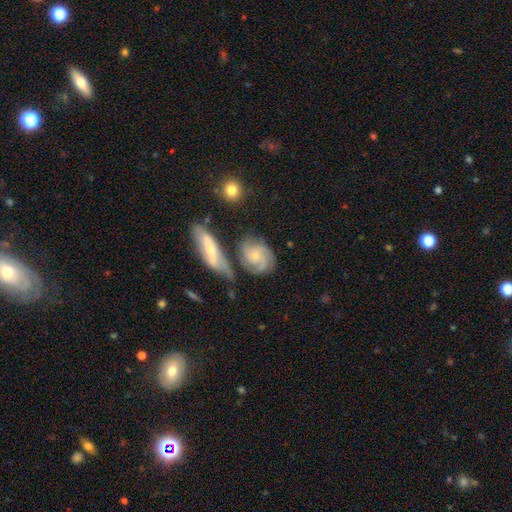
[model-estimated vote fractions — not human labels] A featured or disk galaxy (74%) with no bar (74%), 3 (36%) tight (51%) spiral arms (93%) and a small central bulge (70%). Merging: none (56%).